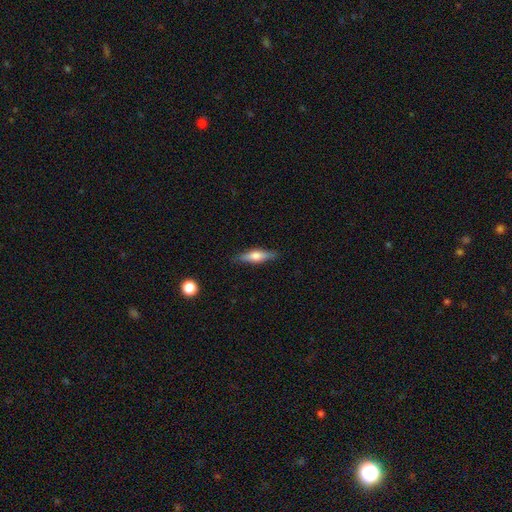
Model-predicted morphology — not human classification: The model was most divided on "smooth or featured": smooth: 53%, featured or disk: 41%, star or artifact: 6%. More confident: merging — none (86%); how rounded — cigar-shaped (64%).